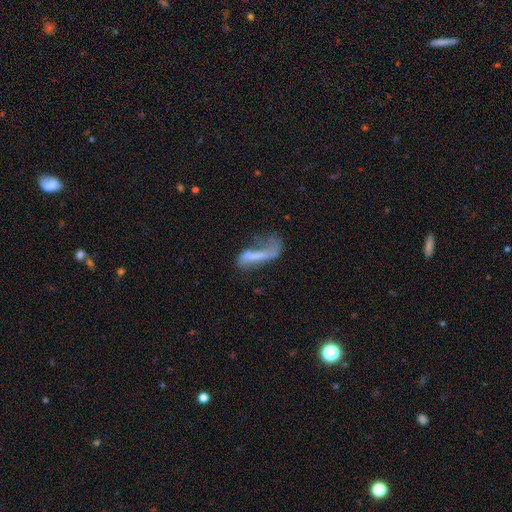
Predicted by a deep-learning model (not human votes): This is marginally a smooth galaxy (45%, tied with featured or disk). Merging: marginally major disturbance (43%).